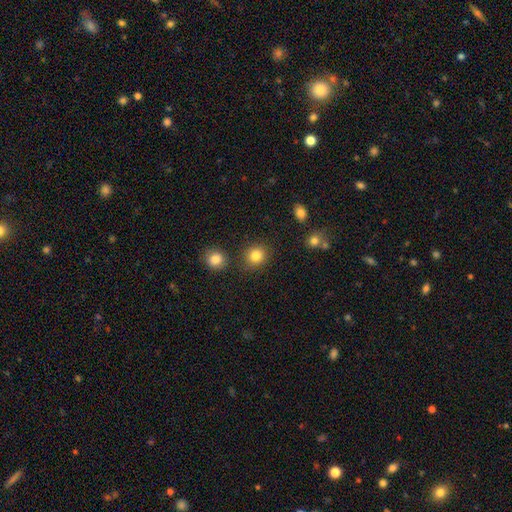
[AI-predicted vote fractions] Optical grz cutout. It shows a smooth galaxy with no disk features (84%) that is round (83%). Merging: none (83%).